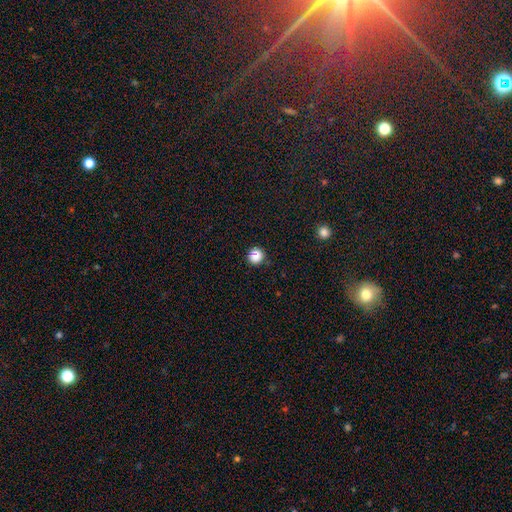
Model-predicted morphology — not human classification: smooth 86%, star or artifact 10%, featured or disk 3%. Down the decision tree: how rounded — round (87%); merging — none (84%).